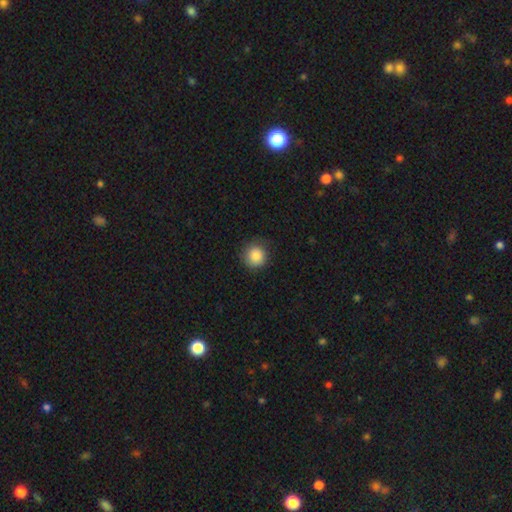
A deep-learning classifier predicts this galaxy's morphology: A smooth galaxy with no disk features (87%) that is round (93%). Merging: none (84%).